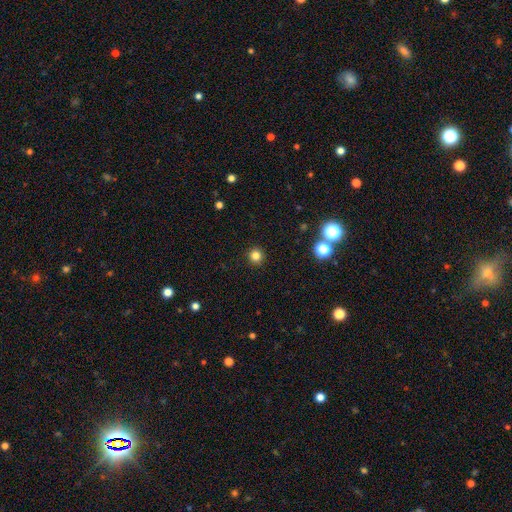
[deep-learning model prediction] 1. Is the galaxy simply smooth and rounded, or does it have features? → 82% smooth, 14% star or artifact, 5% featured or disk.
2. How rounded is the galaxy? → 94% round, 5% in between, 1% cigar-shaped.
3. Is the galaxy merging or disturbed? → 92% none, 5% minor disturbance, 2% major disturbance, 1% merger.